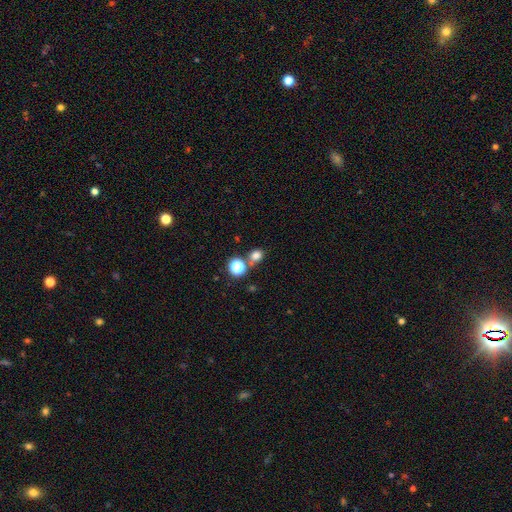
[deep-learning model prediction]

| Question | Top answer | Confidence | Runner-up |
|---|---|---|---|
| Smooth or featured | smooth | 76% | star or artifact (18%) |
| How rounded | round | 67% | in between (32%) |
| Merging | none | 63% | merger (22%) |